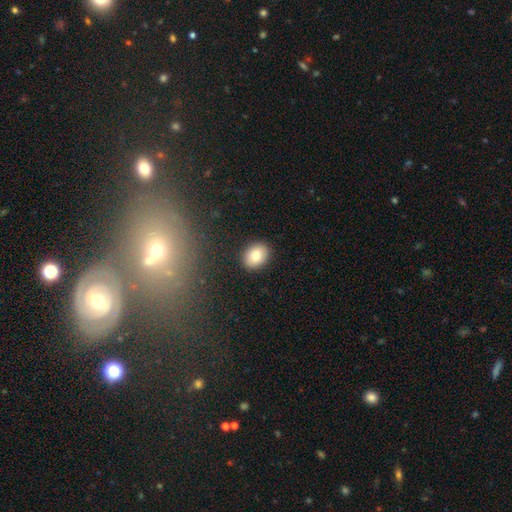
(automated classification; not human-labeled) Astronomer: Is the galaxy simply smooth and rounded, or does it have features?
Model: smooth — 82%.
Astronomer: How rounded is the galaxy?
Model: in between — 61% (runner-up: round, 38%).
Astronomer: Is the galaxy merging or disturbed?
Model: none — 89%.